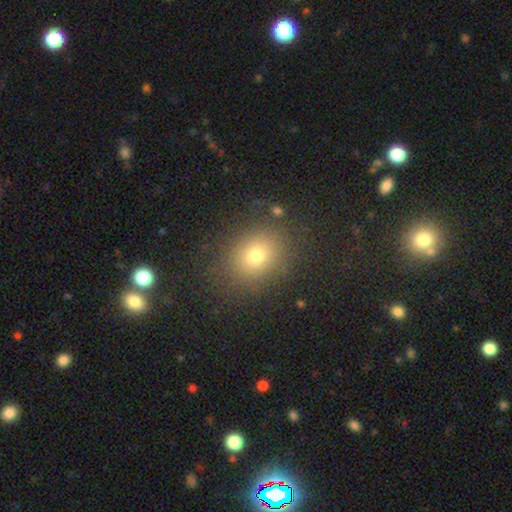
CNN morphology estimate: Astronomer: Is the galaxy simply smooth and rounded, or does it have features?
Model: smooth — 74%.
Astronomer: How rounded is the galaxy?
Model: round — 56% (runner-up: in between, 43%).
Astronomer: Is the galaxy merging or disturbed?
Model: none — 85%.